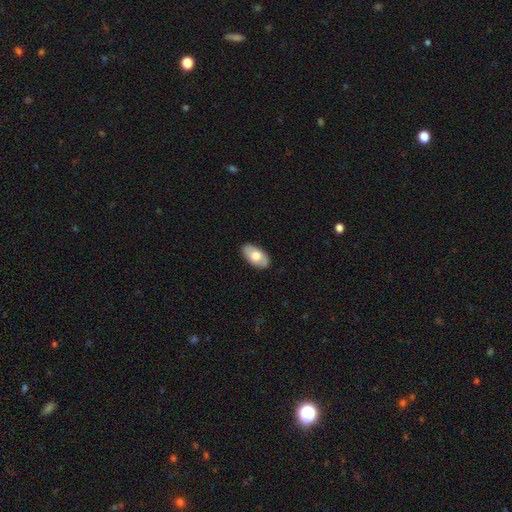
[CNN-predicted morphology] Q: Smooth or featured?
A: smooth (69%); runner-up: featured or disk (25%)
Q: How rounded?
A: in between (95%); runner-up: round (3%)
Q: Merging?
A: none (87%); runner-up: minor disturbance (10%)